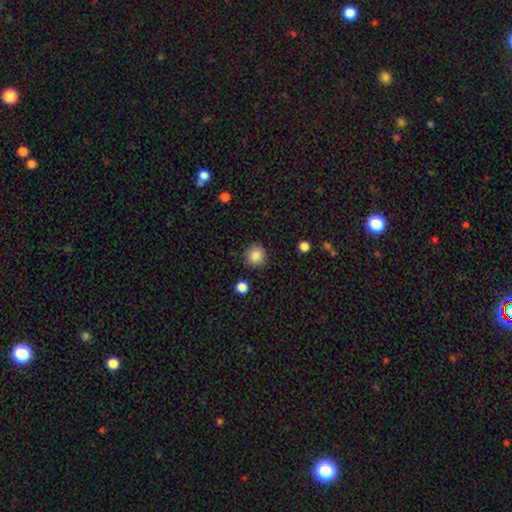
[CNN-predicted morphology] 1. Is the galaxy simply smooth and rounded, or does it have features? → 87% smooth, 10% star or artifact, 4% featured or disk.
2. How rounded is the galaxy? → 91% round, 8% in between, 1% cigar-shaped.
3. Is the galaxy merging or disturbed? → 88% none, 8% minor disturbance, 3% major disturbance, 2% merger.